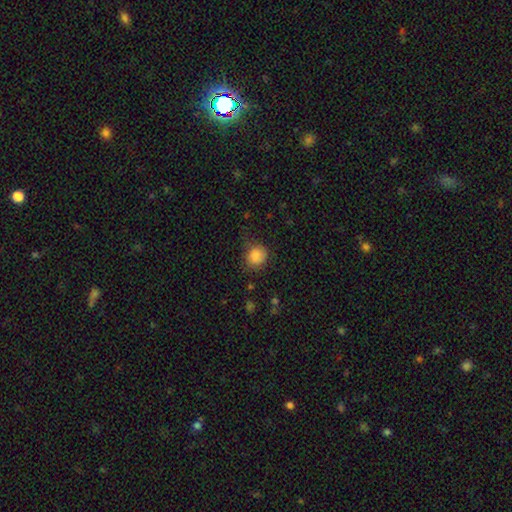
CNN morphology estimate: smooth 84%, star or artifact 9%, featured or disk 7%. Down the decision tree: how rounded — round (75%); merging — none (66%).